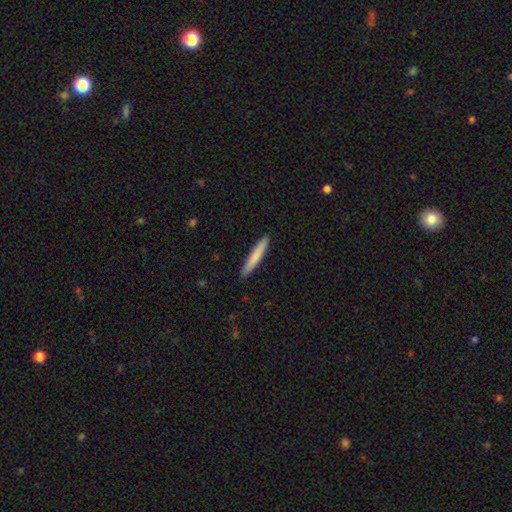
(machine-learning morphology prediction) Smooth or featured?
  - smooth: 79% *
  - featured or disk: 16%
  - star or artifact: 5%
How rounded?
  - cigar-shaped: 95% *
  - in between: 4%
  - round: 1%
Merging?
  - none: 91% *
  - minor disturbance: 6%
  - major disturbance: 1%
  - merger: 1%